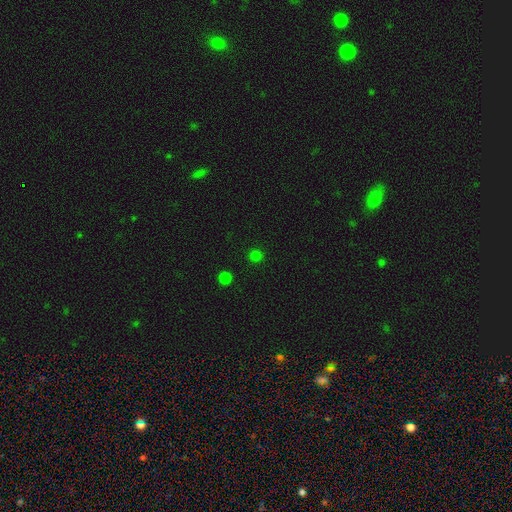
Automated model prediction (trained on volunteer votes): Morphology: type=smooth (75%); roundness=round (95%); merging=none (92%).